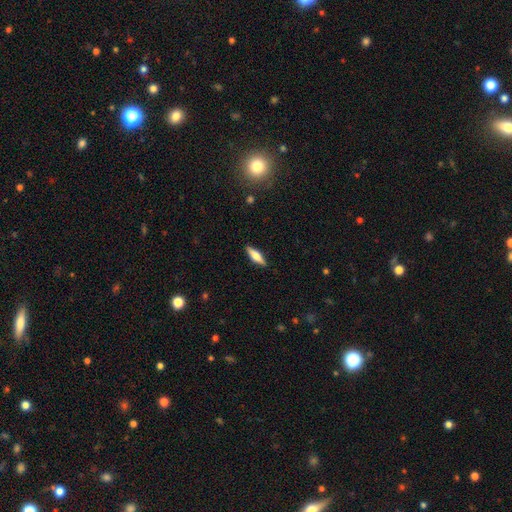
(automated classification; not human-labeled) A smooth galaxy with no disk features (53%) that is cigar-shaped (61%). Merging: none (89%).